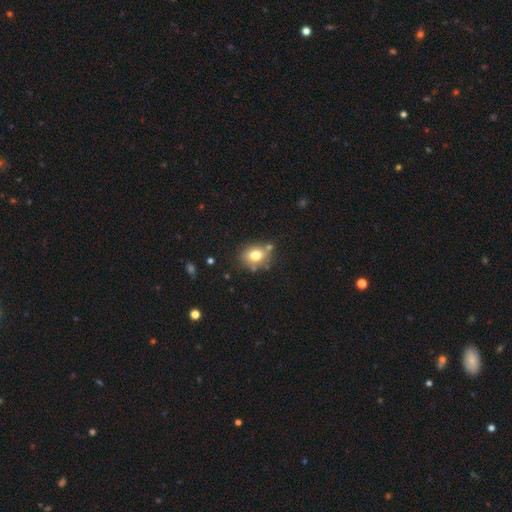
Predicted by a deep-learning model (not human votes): Smooth or featured? smooth (74%)
How rounded? round (54%)
Merging? none (70%)